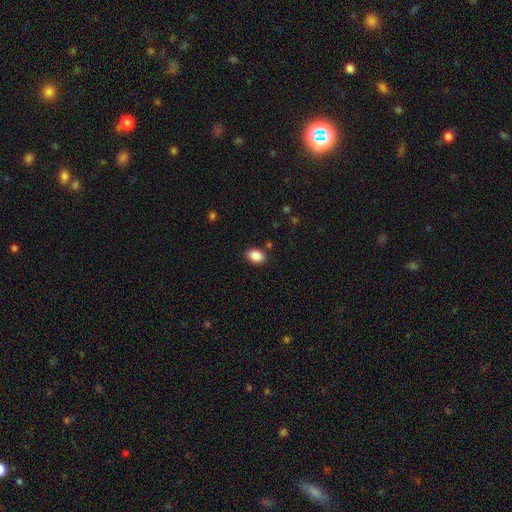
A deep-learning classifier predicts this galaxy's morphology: Smooth or featured? Predicted: smooth (p=0.88). How rounded? Predicted: in between (p=0.82). Merging? Predicted: none (p=0.84).